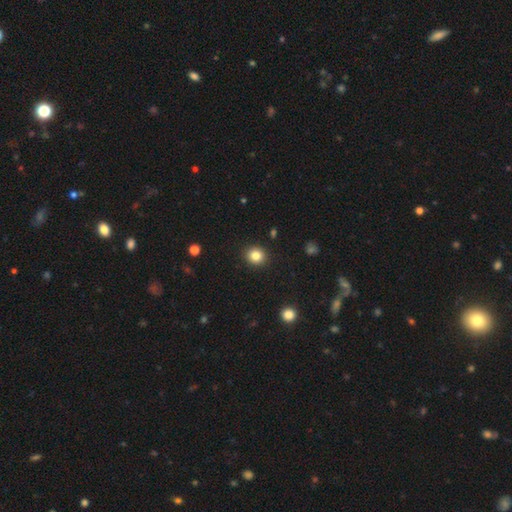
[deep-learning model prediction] smooth_or_featured: smooth (p=0.83) [alt: star or artifact p=0.11]
how_rounded: round (p=0.85) [alt: in between p=0.14]
merging: none (p=0.92) [alt: minor disturbance p=0.05]